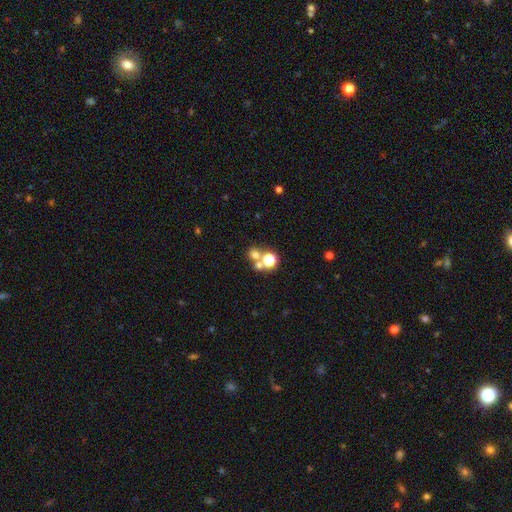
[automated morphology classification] This is likely a smooth galaxy (61%). How rounded: clearly round (82%). Merging: possibly none (48%).